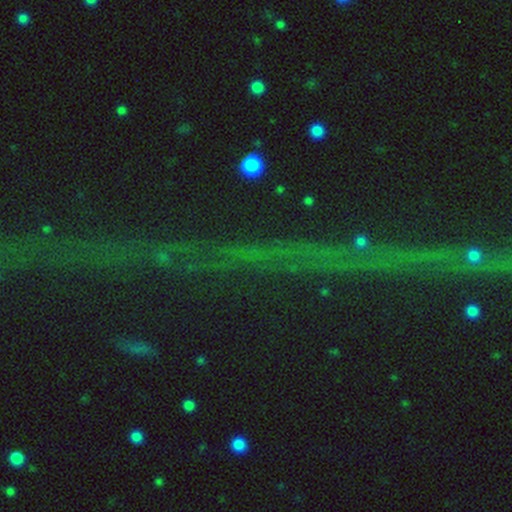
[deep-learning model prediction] A star or artifact, not a galaxy (69%).

Vote fractions:
- Smooth or featured? star or artifact: 69% / featured or disk: 17% / smooth: 15%